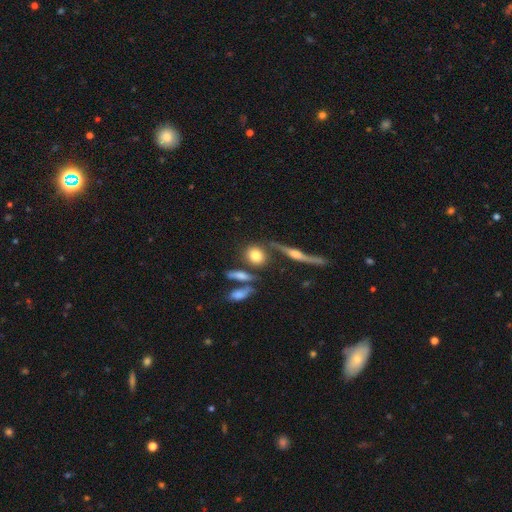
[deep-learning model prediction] Q: Smooth or featured?
A: smooth (74%); runner-up: featured or disk (17%)
Q: How rounded?
A: round (59%); runner-up: in between (36%)
Q: Merging?
A: none (63%); runner-up: merger (17%)